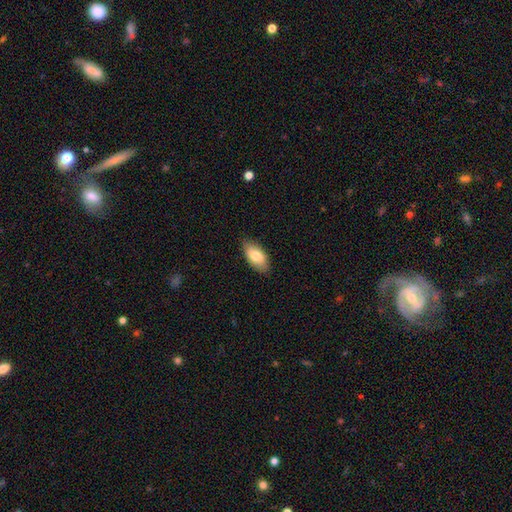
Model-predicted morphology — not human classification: Overall: smooth (79%). How rounded: in between (93%). Merging: none (85%).